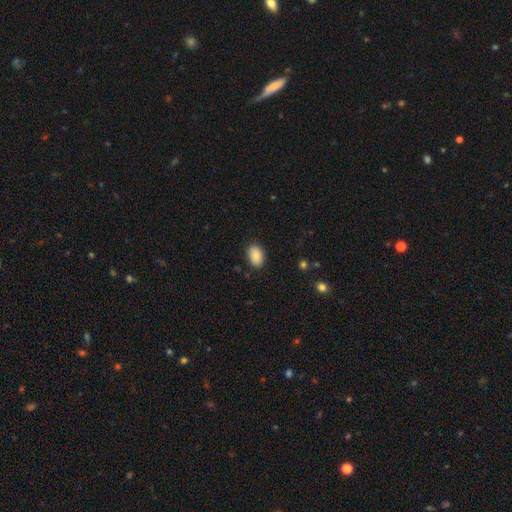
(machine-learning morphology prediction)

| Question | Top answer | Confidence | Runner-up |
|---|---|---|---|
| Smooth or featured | smooth | 88% | star or artifact (7%) |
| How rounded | in between | 87% | round (12%) |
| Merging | none | 87% | minor disturbance (10%) |